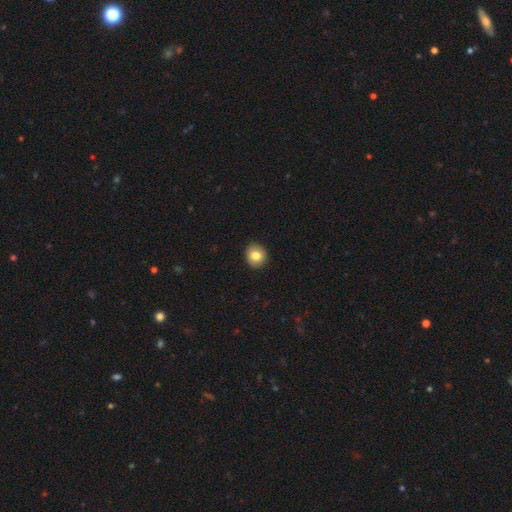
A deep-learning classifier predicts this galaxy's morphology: type=smooth (82%); roundness=round (80%); merging=none (91%).